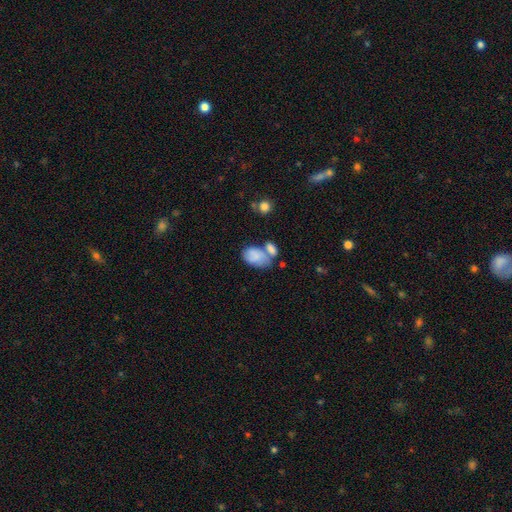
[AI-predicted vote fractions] The model was most divided on "merging": merger: 42%, none: 29%, minor disturbance: 19%, major disturbance: 10%. More confident: how rounded — in between (89%); smooth or featured — smooth (74%).